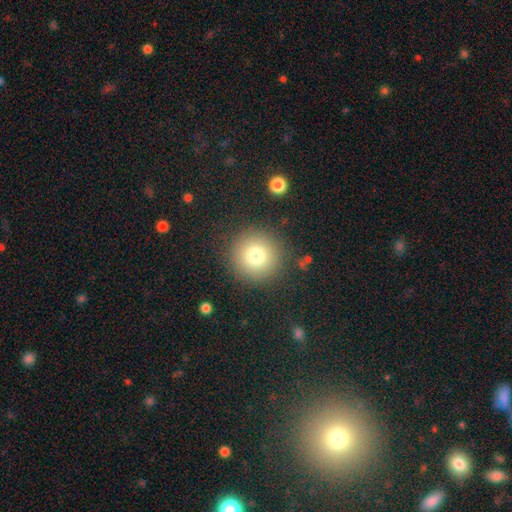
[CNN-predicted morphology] type=smooth (78%); roundness=round (95%); merging=none (88%).